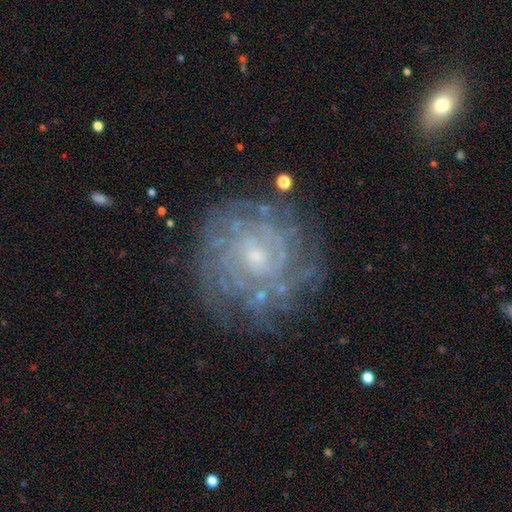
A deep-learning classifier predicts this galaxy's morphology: A featured or disk galaxy (83%) with no bar (67%), tight (79%) spiral arms (94%) and a small central bulge (75%). Merging: none (77%).